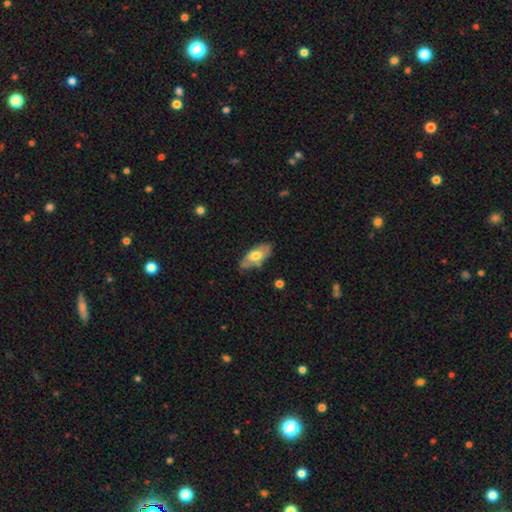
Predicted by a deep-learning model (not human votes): smooth_or_featured: smooth (p=0.57) [alt: featured or disk p=0.37]
how_rounded: in between (p=0.86) [alt: cigar-shaped p=0.11]
merging: none (p=0.68) [alt: minor disturbance p=0.24]